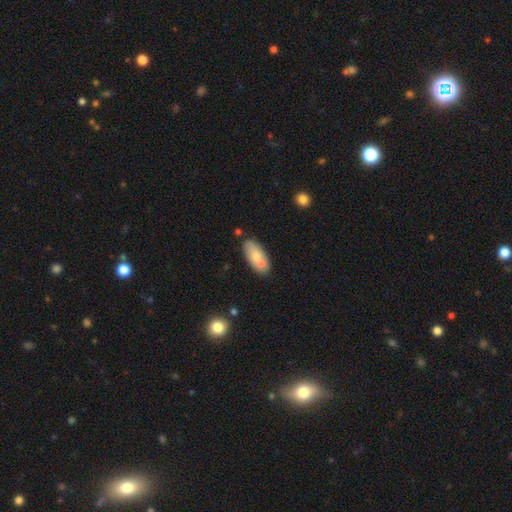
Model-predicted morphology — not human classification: Overall: smooth (69%). How rounded: in between (86%). Merging: none (56%; merger 24%).